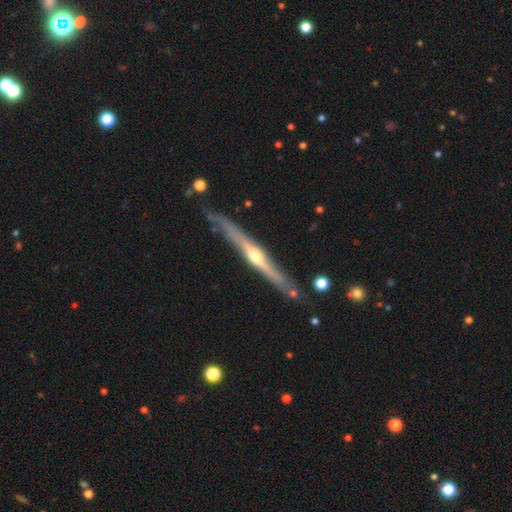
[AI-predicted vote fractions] featured or disk 76%, smooth 19%, star or artifact 5%. Down the decision tree: edge-on disk — yes (96%); edge-on bulge — rounded (87%); merging — none (77%).